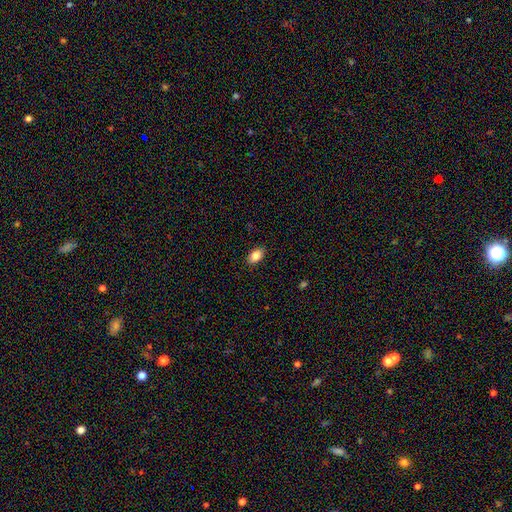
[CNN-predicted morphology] A smooth galaxy with no disk features (84%) that is in between round and cigar-shaped (90%). Merging: none (88%).